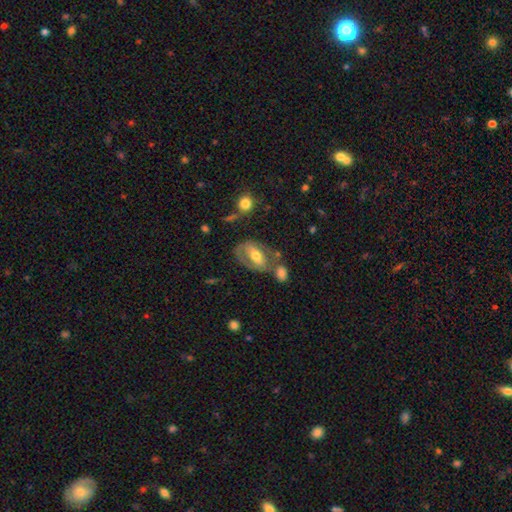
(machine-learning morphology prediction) A featured or disk galaxy (59%) with no bar (37%), no spiral arms (53%) and a moderate central bulge (67%).

Vote fractions:
- Smooth or featured? featured or disk: 59% / smooth: 33% / star or artifact: 8%
- Edge-on disk? no: 90% / yes: 10%
- Bar? no: 37% / weak: 35% / strong: 28%
- Spiral arms? no: 53% / yes: 47%
- Bulge size? moderate: 67% / small: 25% / large: 6% / none: 1% / dominant: 1%
- Merging? none: 47% / merger: 21% / minor disturbance: 20% / major disturbance: 13%